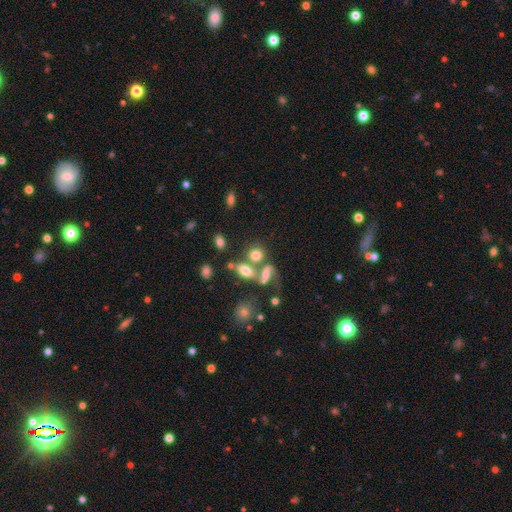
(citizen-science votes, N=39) Smooth or featured? 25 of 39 (64%) said smooth. How rounded? 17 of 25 (68%) said round. Merging? 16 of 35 (46%) said merger.